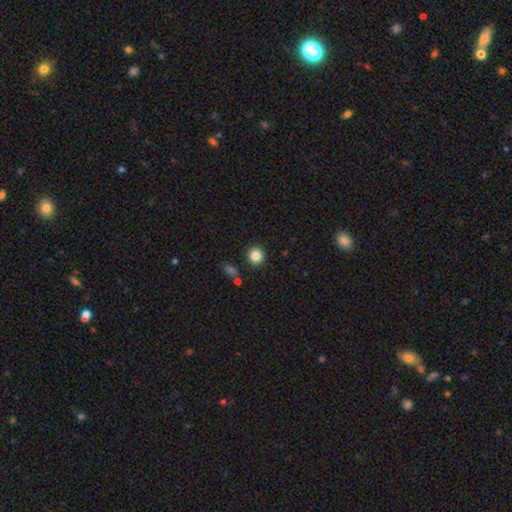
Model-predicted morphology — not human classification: A smooth galaxy with no disk features (84%) that is round (92%). Merging: none (90%).